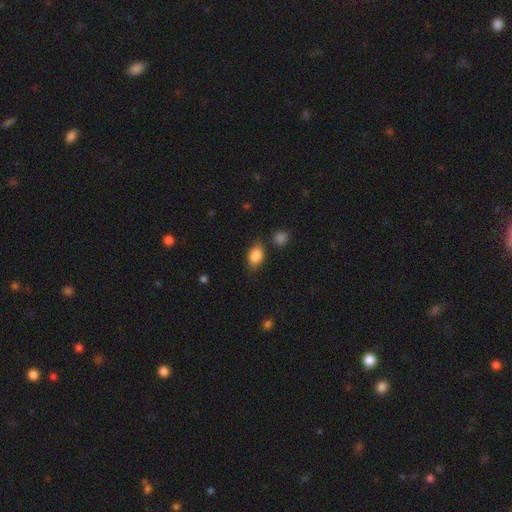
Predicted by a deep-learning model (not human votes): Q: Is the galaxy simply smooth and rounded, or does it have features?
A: smooth — 84%.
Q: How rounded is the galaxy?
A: in between — 82%.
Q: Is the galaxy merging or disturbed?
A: none — 76%.